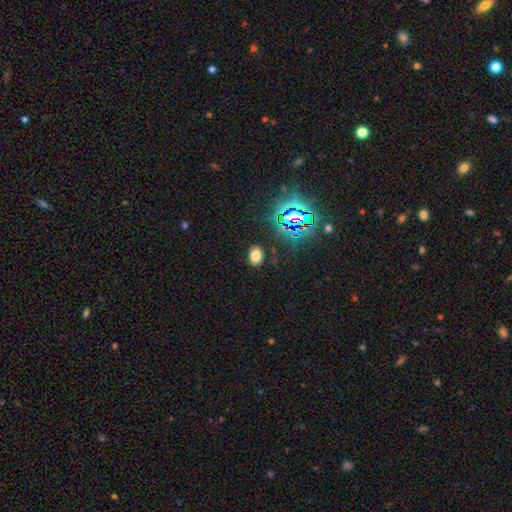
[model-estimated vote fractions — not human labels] Q: Smooth or featured?
A: smooth (68%); runner-up: star or artifact (24%)
Q: How rounded?
A: in between (77%); runner-up: round (22%)
Q: Merging?
A: none (86%); runner-up: minor disturbance (9%)